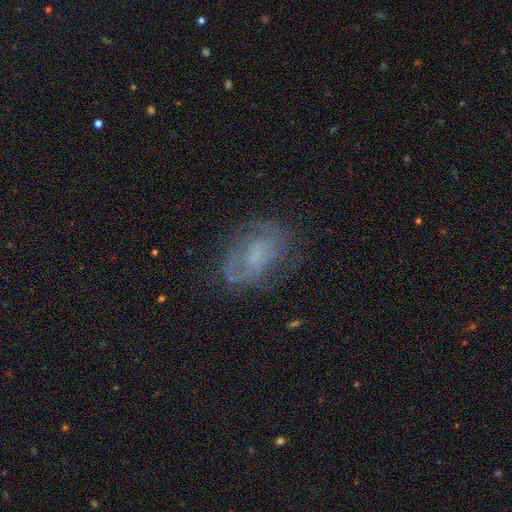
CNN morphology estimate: Q: Smooth or featured?
A: featured or disk (54%); runner-up: smooth (34%)
Q: Edge-on disk?
A: no (96%); runner-up: yes (4%)
Q: Bar?
A: no (55%); runner-up: weak (36%)
Q: Spiral arms?
A: yes (59%); runner-up: no (41%)
Q: Bulge size?
A: none (41%); runner-up: small (34%)
Q: Merging?
A: none (61%); runner-up: minor disturbance (22%)